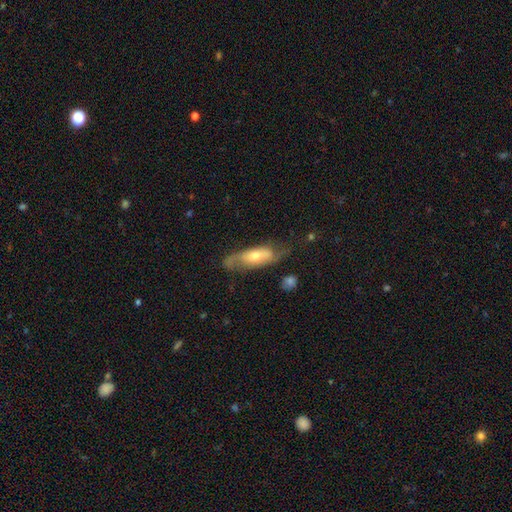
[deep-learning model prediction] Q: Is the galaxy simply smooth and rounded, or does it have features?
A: featured or disk — 60%.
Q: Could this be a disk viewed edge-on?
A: no — 74%.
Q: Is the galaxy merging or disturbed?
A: none — 62%.